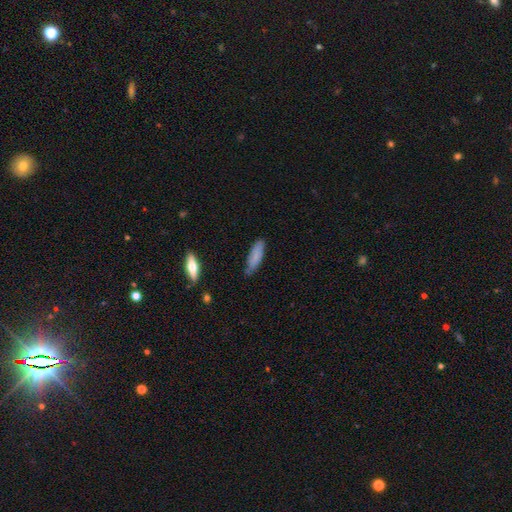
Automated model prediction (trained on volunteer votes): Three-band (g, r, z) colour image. It shows a smooth galaxy with no disk features (79%) that is cigar-shaped (54%). Merging: none (70%).